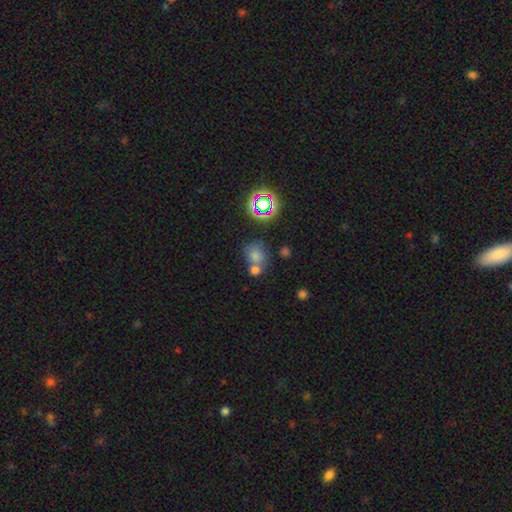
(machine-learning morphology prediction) smooth_or_featured: smooth (p=0.69) [alt: star or artifact p=0.21]
how_rounded: round (p=0.68) [alt: in between p=0.31]
merging: none (p=0.47) [alt: merger p=0.36]